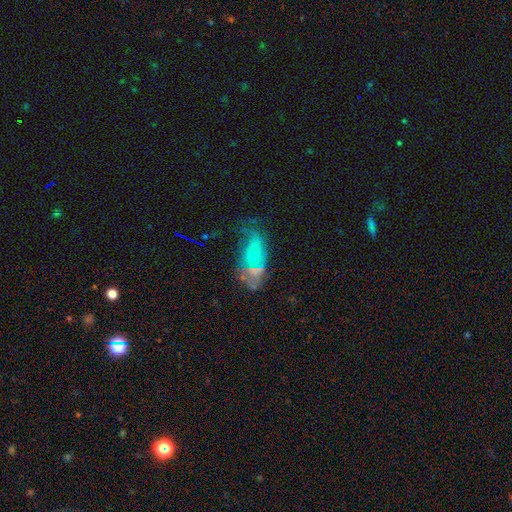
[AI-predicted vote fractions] Morphology: type=featured or disk (52%); edge-on=no (91%); merging=none (34%).